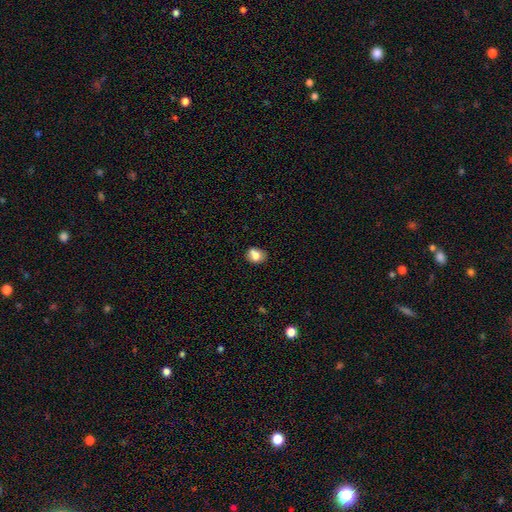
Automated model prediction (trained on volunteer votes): A smooth galaxy with no disk features (78%) that is round (55%). Merging: none (65%).